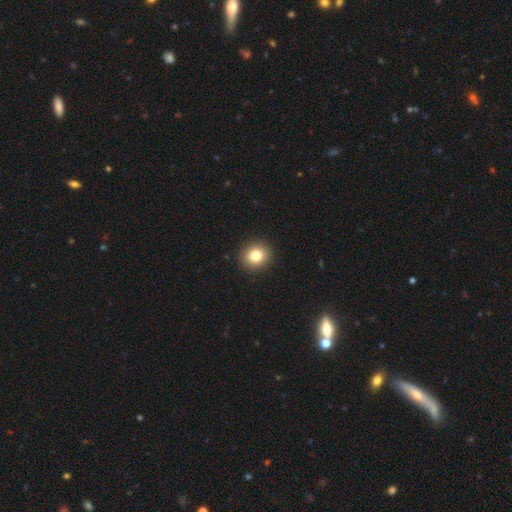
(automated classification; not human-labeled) Morphology: type=smooth (81%); roundness=round (84%); merging=none (92%).